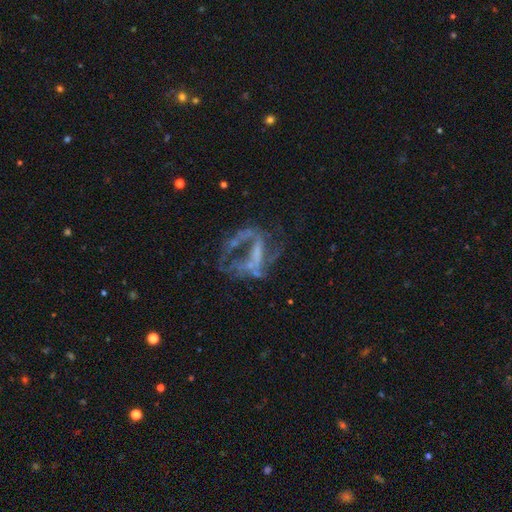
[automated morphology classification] featured or disk 74%, star or artifact 15%, smooth 11%. Down the decision tree: edge-on disk — no (96%); bar — no (44%); spiral arms — no (51%); bulge size — none (62%); merging — major disturbance (47%).